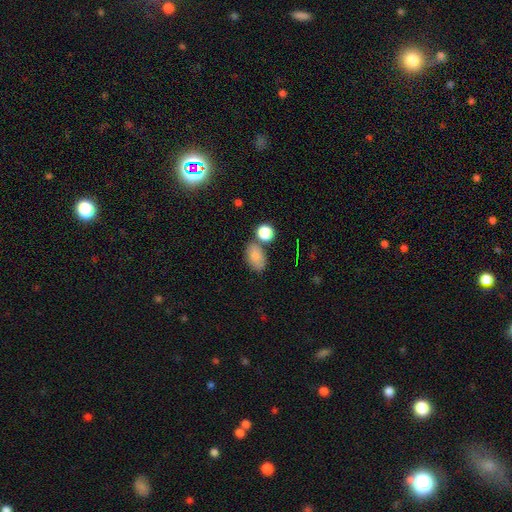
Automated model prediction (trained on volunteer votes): smooth-or-featured: smooth: 81% | featured or disk: 9% | star or artifact: 9%
  how-rounded: in between: 86% | round: 12% | cigar-shaped: 2%
  merging: none: 62% | minor disturbance: 17% | merger: 16% | major disturbance: 5%